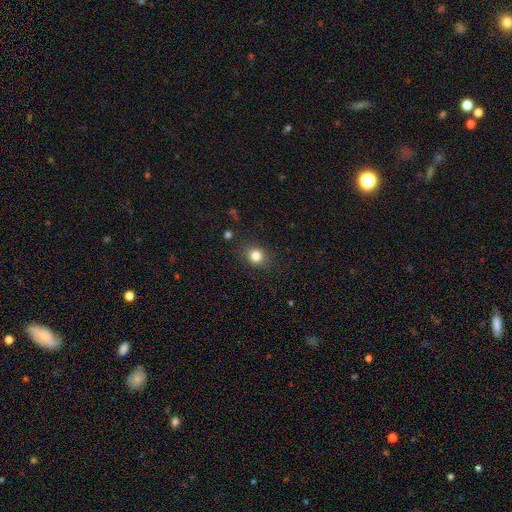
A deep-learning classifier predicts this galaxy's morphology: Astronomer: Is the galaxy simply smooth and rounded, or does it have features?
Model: smooth — 81%.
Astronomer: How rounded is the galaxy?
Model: round — 73%.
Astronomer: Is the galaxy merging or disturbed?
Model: none — 86%.